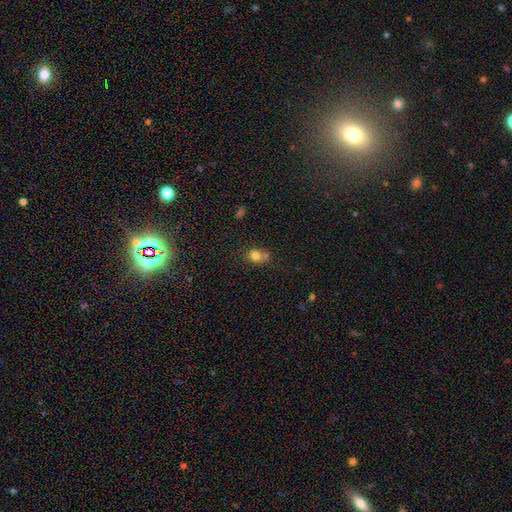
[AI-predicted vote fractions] Overall: smooth (78%). How rounded: round (72%). Merging: none (46%; merger 37%).